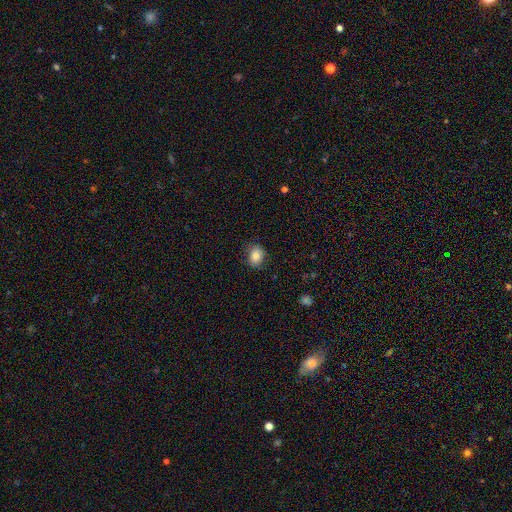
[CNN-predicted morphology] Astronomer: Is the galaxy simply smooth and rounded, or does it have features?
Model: smooth — 85%.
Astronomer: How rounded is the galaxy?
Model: in between — 58% (runner-up: round, 41%).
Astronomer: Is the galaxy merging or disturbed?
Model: none — 82%.